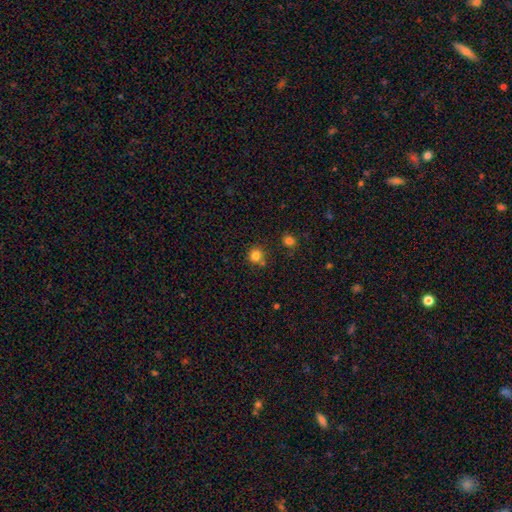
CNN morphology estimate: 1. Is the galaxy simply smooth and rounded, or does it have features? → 82% smooth, 13% star or artifact, 5% featured or disk.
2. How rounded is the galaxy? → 91% round, 9% in between, 1% cigar-shaped.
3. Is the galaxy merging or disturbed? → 74% none, 11% merger, 11% minor disturbance, 3% major disturbance.